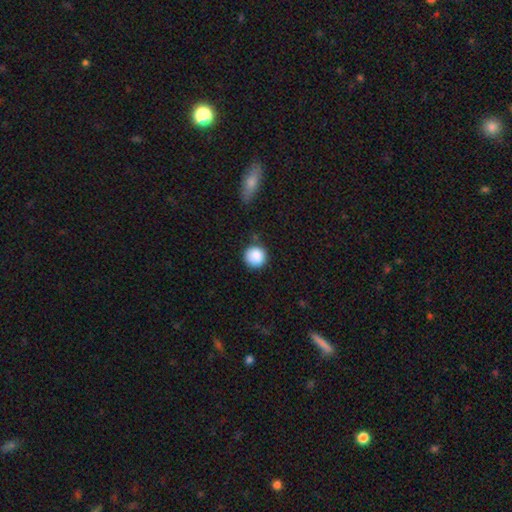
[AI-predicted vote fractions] Smooth or featured? smooth (89%)
How rounded? round (95%)
Merging? none (82%)